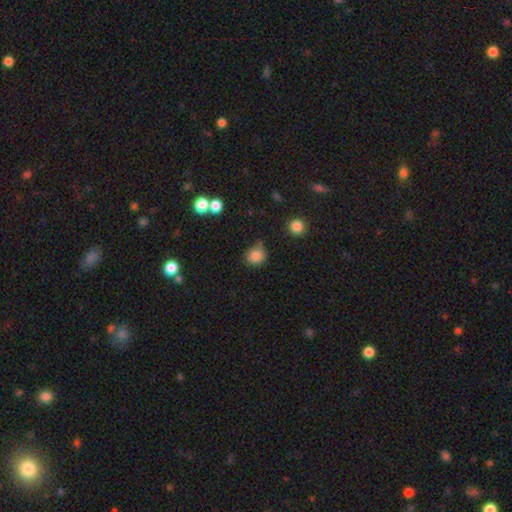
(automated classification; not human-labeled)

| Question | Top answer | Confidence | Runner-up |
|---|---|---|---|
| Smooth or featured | smooth | 83% | star or artifact (12%) |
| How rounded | round | 81% | in between (18%) |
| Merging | none | 65% | minor disturbance (25%) |